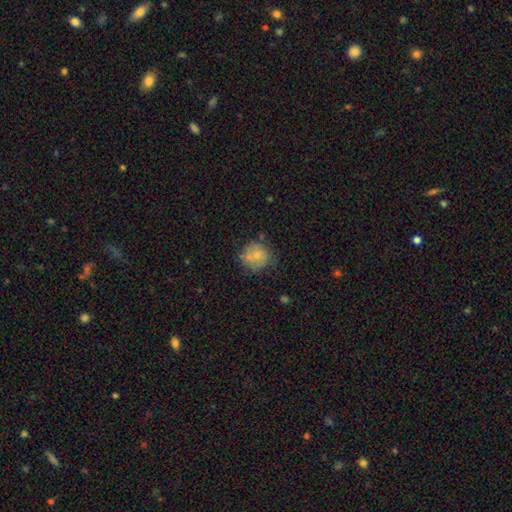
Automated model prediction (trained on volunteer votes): The model was most divided on "merging": none: 62%, minor disturbance: 21%, merger: 9%, major disturbance: 8%. More confident: how rounded — round (85%); smooth or featured — smooth (69%).